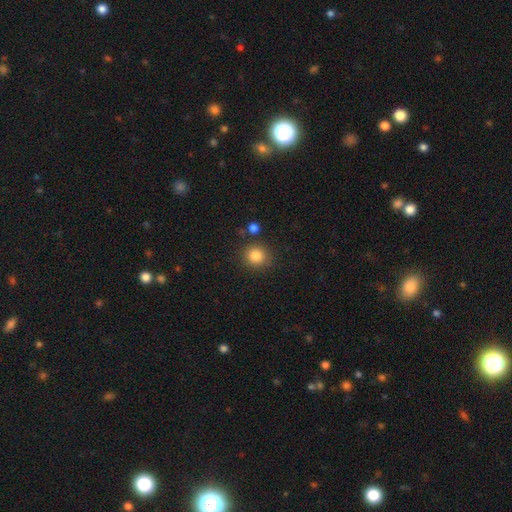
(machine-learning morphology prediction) This appears to be a smooth galaxy with no disk features (85%) that is round (88%). Merging: none (82%).